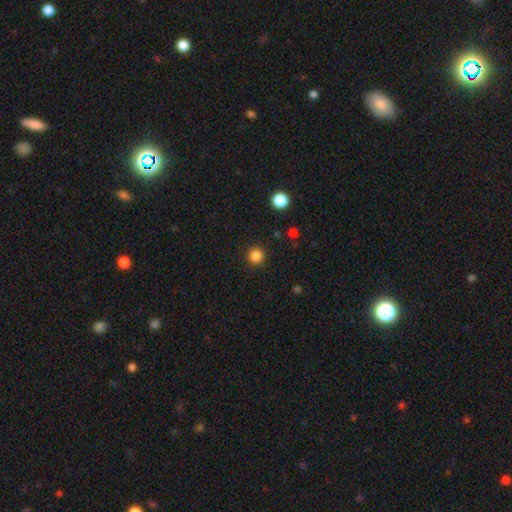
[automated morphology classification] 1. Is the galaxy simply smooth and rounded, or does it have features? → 85% smooth, 12% star or artifact, 3% featured or disk.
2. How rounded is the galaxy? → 95% round, 4% in between, 1% cigar-shaped.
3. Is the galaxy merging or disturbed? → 91% none, 6% minor disturbance, 2% major disturbance, 1% merger.